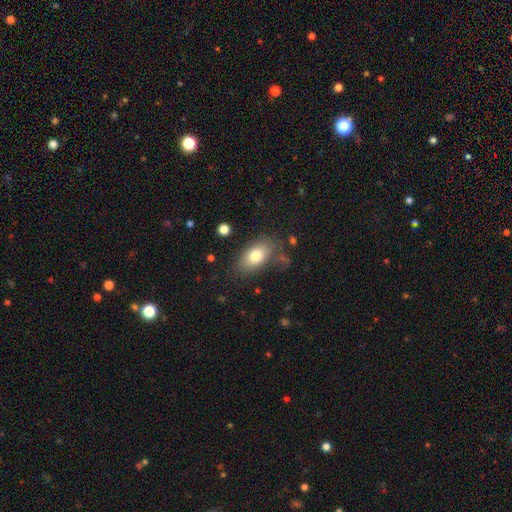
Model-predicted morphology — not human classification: Smooth or featured? smooth (76%)
How rounded? in between (89%)
Merging? none (72%)